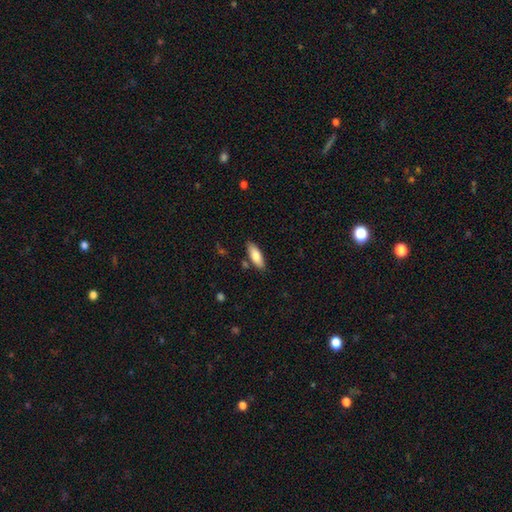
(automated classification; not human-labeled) This appears to be a smooth galaxy with no disk features (81%) that is in between round and cigar-shaped (65%). Merging: none (82%).